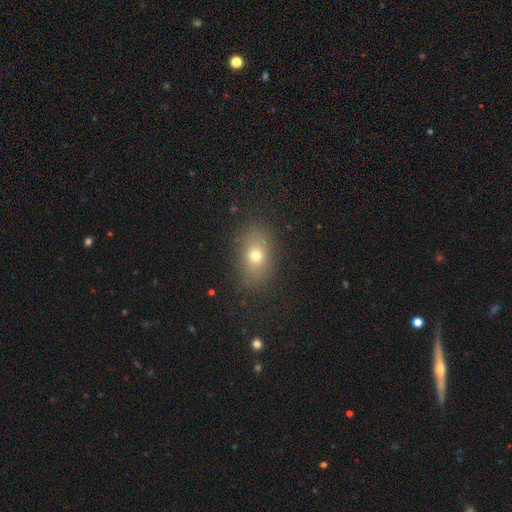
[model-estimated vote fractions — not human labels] A smooth galaxy with no disk features (70%) that is in between round and cigar-shaped (76%).

Vote fractions:
- Smooth or featured? smooth: 70% / featured or disk: 16% / star or artifact: 14%
- How rounded? in between: 76% / round: 22% / cigar-shaped: 2%
- Merging? none: 83% / minor disturbance: 11% / major disturbance: 5% / merger: 1%